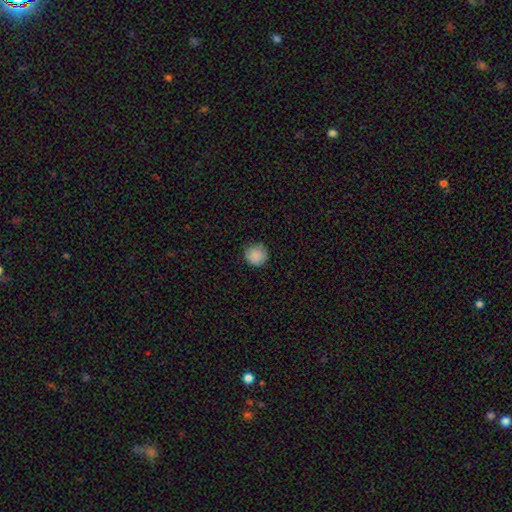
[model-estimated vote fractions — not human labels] This appears to be a smooth galaxy with no disk features (88%) that is round (95%). Merging: none (88%).